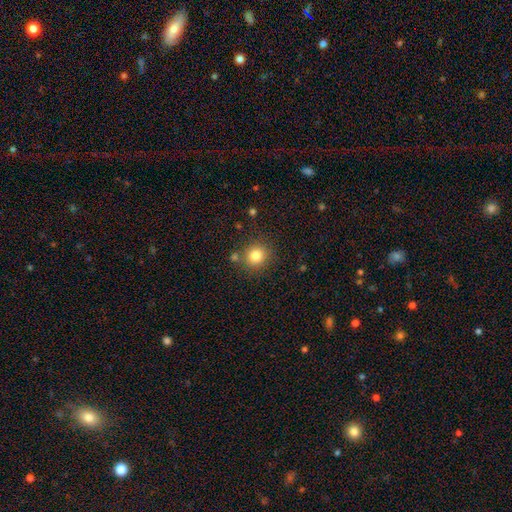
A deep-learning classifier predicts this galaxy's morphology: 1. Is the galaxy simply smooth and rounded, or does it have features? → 82% smooth, 12% star or artifact, 7% featured or disk.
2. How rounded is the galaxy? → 88% round, 11% in between, 1% cigar-shaped.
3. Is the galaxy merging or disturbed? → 82% none, 9% minor disturbance, 6% merger, 3% major disturbance.